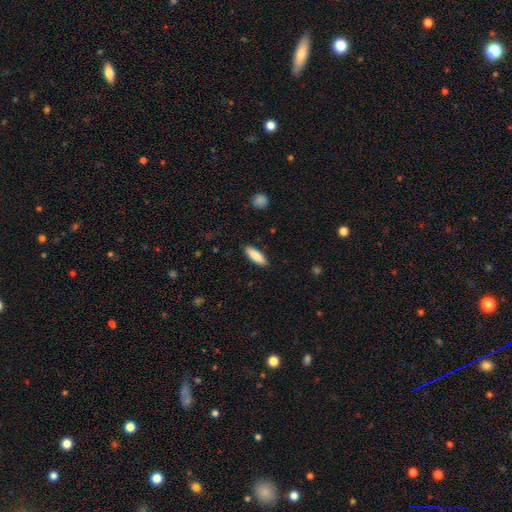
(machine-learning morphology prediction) smooth 85%, featured or disk 9%, star or artifact 6%. Down the decision tree: how rounded — in between (58%); merging — none (89%).